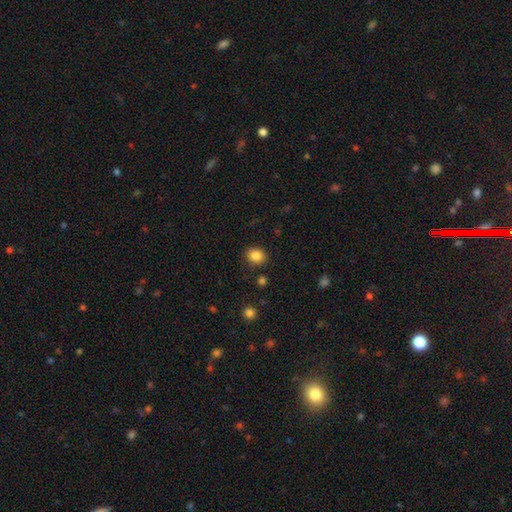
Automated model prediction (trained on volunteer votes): Smooth or featured?
  - smooth: 85% *
  - star or artifact: 10%
  - featured or disk: 5%
How rounded?
  - round: 64% *
  - in between: 36%
  - cigar-shaped: 1%
Merging?
  - none: 86% *
  - minor disturbance: 9%
  - major disturbance: 3%
  - merger: 2%